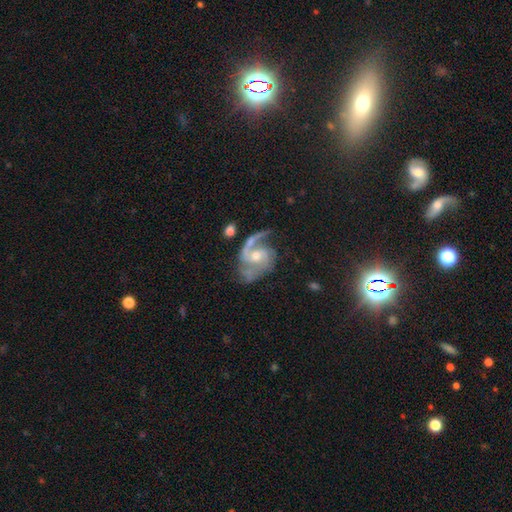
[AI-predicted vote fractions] This appears to be a featured or disk galaxy (88%) with no bar (49%), 2 (67%) medium (55%) spiral arms (97%) and a moderate central bulge (60%). Merging: none (53%).